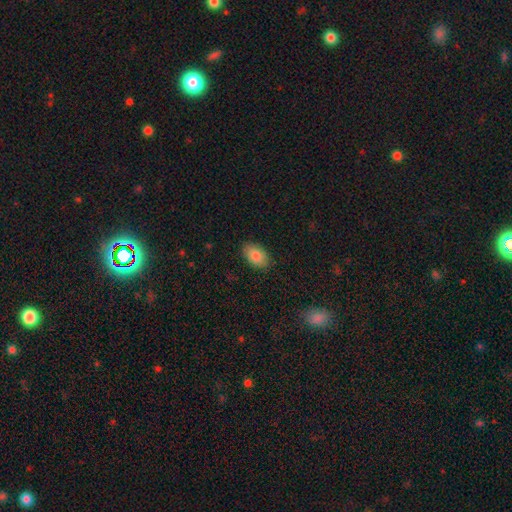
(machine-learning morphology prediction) Overall: smooth (85%). How rounded: in between (92%). Merging: none (87%).